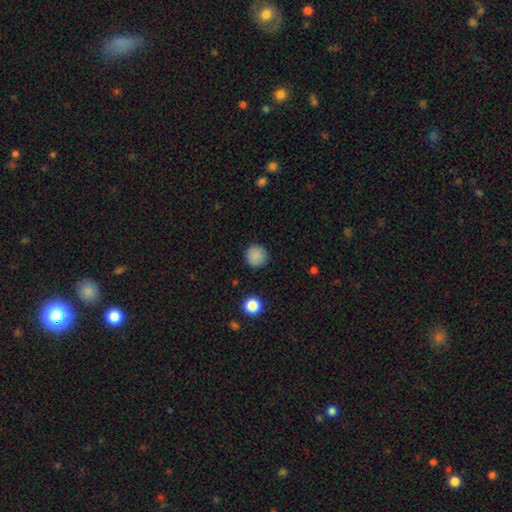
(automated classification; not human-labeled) Overall: smooth (87%). How rounded: round (95%). Merging: none (90%).